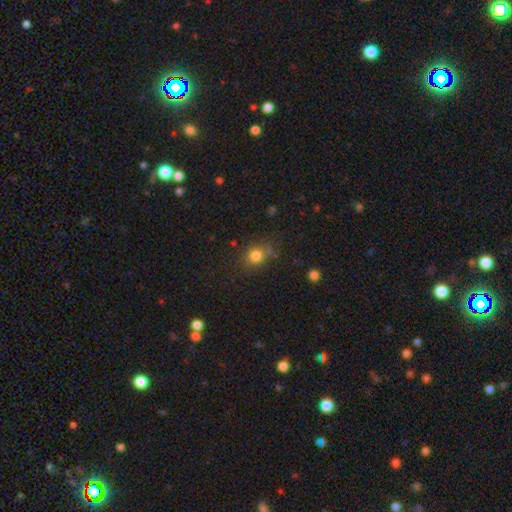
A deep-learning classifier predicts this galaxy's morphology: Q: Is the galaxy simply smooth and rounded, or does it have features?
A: smooth — 79%.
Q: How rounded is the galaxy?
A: round — 72%.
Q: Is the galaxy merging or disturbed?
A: none — 74%.